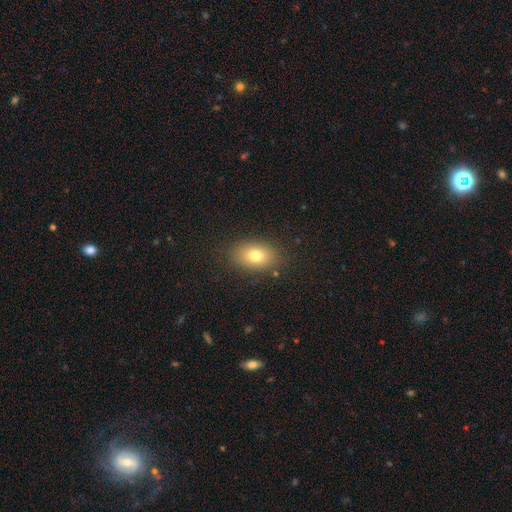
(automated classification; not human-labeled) A smooth galaxy with no disk features (77%) that is in between round and cigar-shaped (81%).

Vote fractions:
- Smooth or featured? smooth: 77% / featured or disk: 12% / star or artifact: 11%
- How rounded? in between: 81% / round: 17% / cigar-shaped: 2%
- Merging? none: 85% / minor disturbance: 10% / major disturbance: 3% / merger: 1%